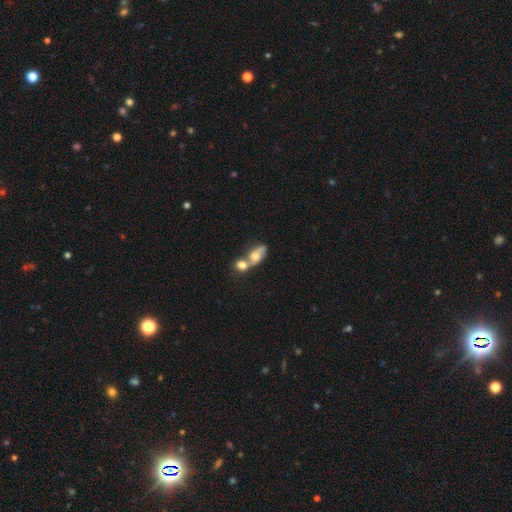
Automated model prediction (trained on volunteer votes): smooth_or_featured: smooth (p=0.62) [alt: featured or disk p=0.29]
how_rounded: in between (p=0.72) [alt: round p=0.19]
merging: merger (p=0.65) [alt: none p=0.20]